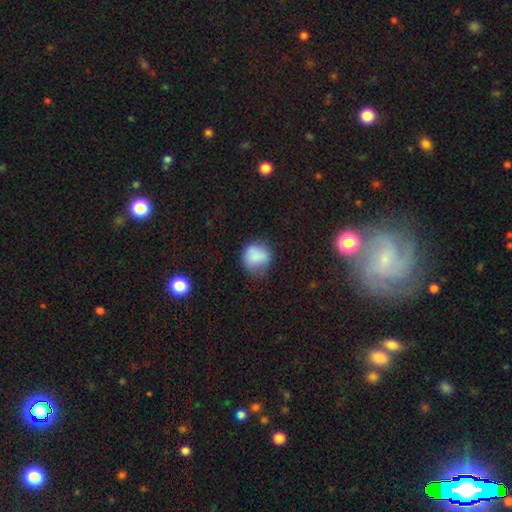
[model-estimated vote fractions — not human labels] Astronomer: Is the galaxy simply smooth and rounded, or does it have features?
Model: smooth — 83%.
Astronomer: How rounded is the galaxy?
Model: round — 81%.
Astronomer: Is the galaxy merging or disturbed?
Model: none — 58%.